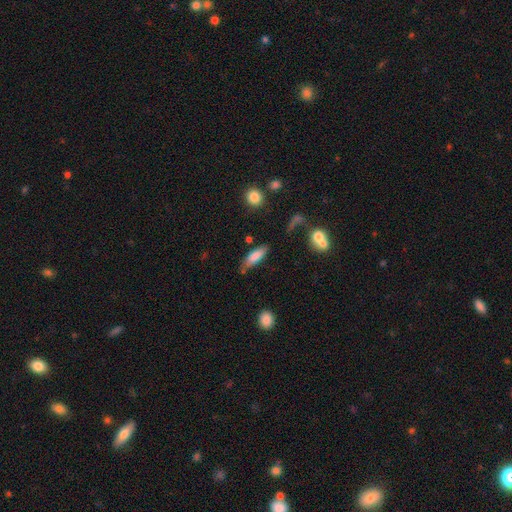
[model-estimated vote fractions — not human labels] smooth-or-featured: smooth: 78% | featured or disk: 15% | star or artifact: 7%
  how-rounded: in between: 54% | cigar-shaped: 44% | round: 2%
  merging: none: 64% | minor disturbance: 23% | major disturbance: 7% | merger: 6%